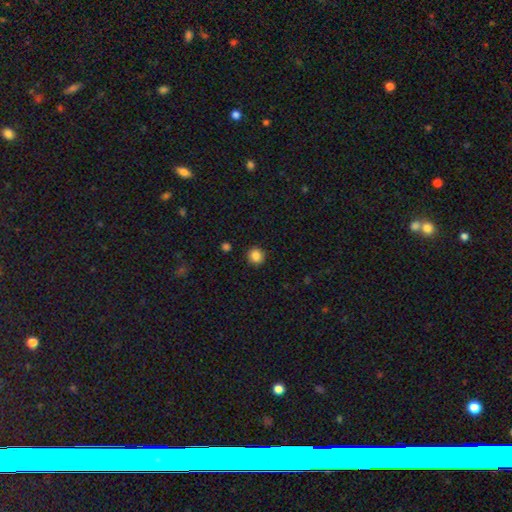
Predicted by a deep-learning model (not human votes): A smooth galaxy with no disk features (86%) that is round (89%).

Vote fractions:
- Smooth or featured? smooth: 86% / star or artifact: 10% / featured or disk: 3%
- How rounded? round: 89% / in between: 10% / cigar-shaped: 1%
- Merging? none: 91% / minor disturbance: 6% / major disturbance: 2% / merger: 1%